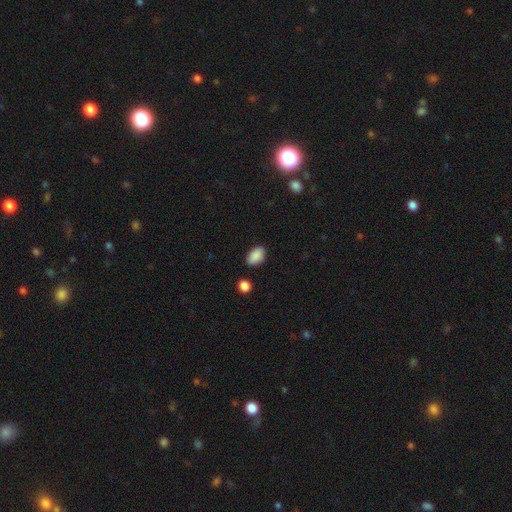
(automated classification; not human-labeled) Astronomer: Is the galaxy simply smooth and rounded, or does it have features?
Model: smooth — 89%.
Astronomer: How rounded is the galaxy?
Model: in between — 91%.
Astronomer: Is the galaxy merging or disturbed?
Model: none — 83%.